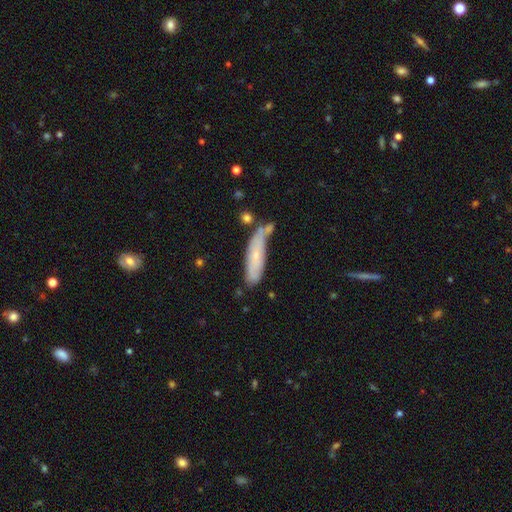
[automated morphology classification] This appears to be a smooth galaxy with no disk features (55%) that is cigar-shaped (75%). Merging: none (54%).